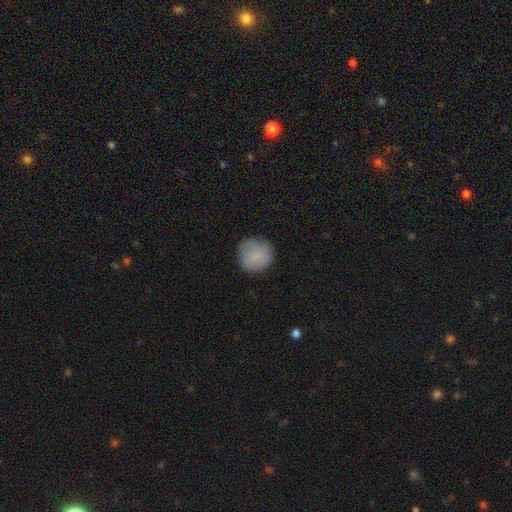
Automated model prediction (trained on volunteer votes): Overall: smooth (85%). How rounded: round (91%). Merging: none (81%).